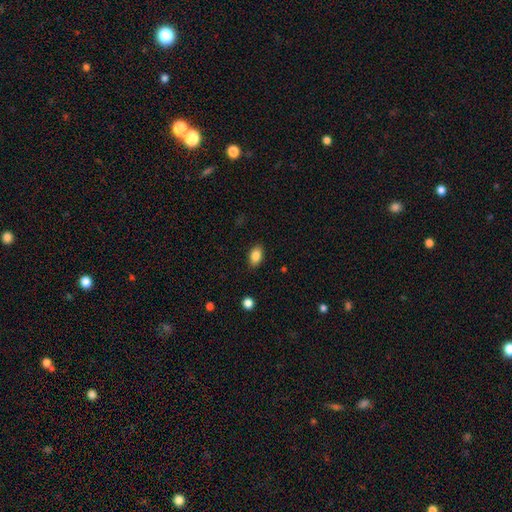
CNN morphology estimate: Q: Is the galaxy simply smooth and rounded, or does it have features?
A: smooth — 86%.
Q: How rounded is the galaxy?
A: in between — 89%.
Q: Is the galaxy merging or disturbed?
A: none — 87%.